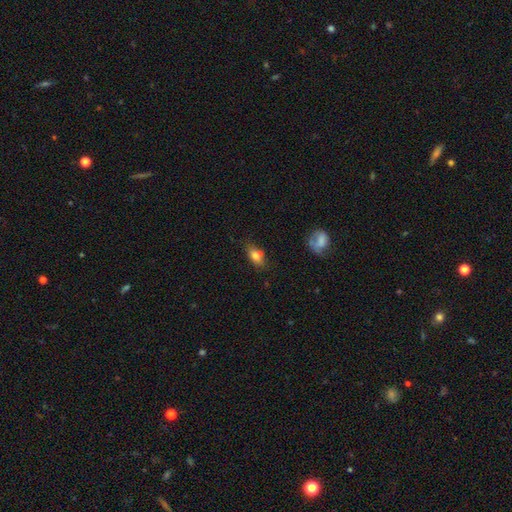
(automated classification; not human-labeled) Morphology: type=smooth (76%); roundness=in between (81%); merging=none (67%).